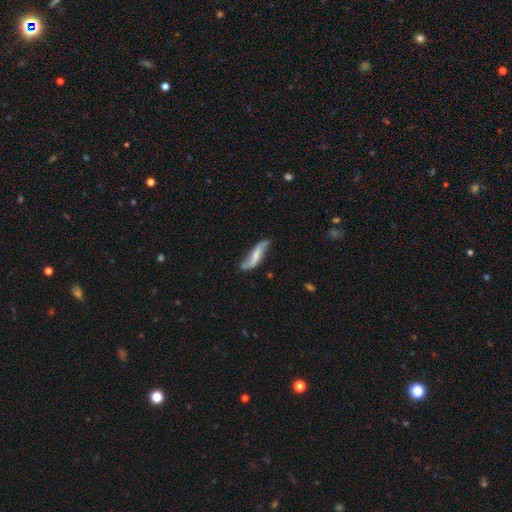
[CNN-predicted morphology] Smooth or featured? Predicted: featured or disk (p=0.67). Edge-on disk? Predicted: no (p=0.82). Bar? Predicted: no (p=0.37). Spiral arms? Predicted: yes (p=0.89). Bulge size? Predicted: small (p=0.46). Merging? Predicted: none (p=0.61).